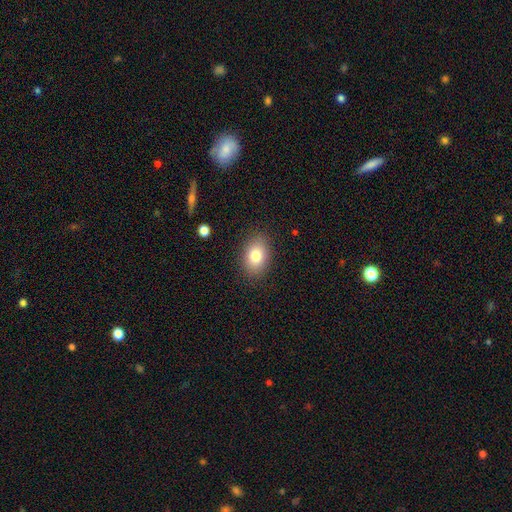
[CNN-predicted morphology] Smooth or featured? Predicted: smooth (p=0.80). How rounded? Predicted: in between (p=0.78). Merging? Predicted: none (p=0.86).